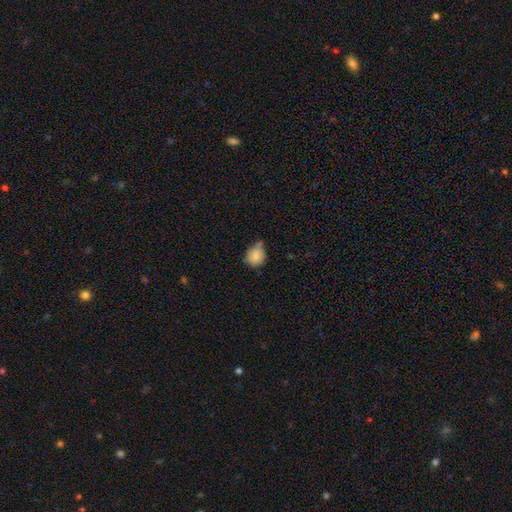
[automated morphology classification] This appears to be a smooth galaxy with no disk features (84%) that is round (73%). Merging: none (46%).